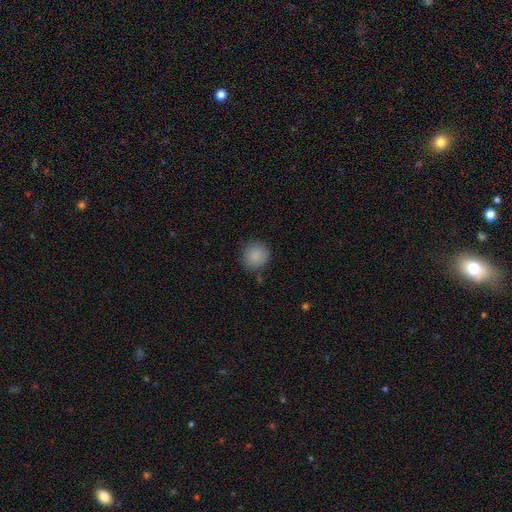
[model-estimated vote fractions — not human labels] Overall: smooth (88%). How rounded: round (91%). Merging: none (83%).